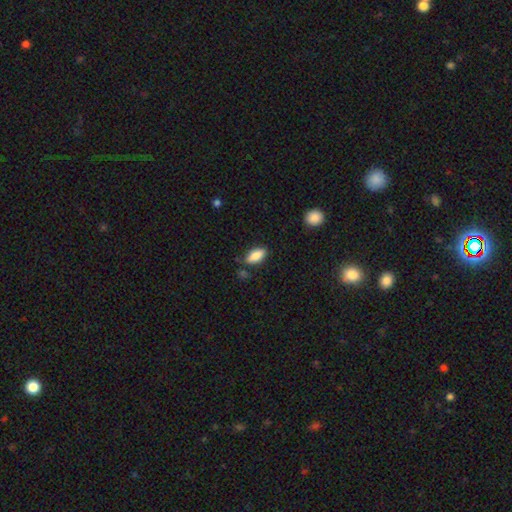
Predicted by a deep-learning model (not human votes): Morphology: type=smooth (86%); roundness=in between (85%); merging=none (76%).